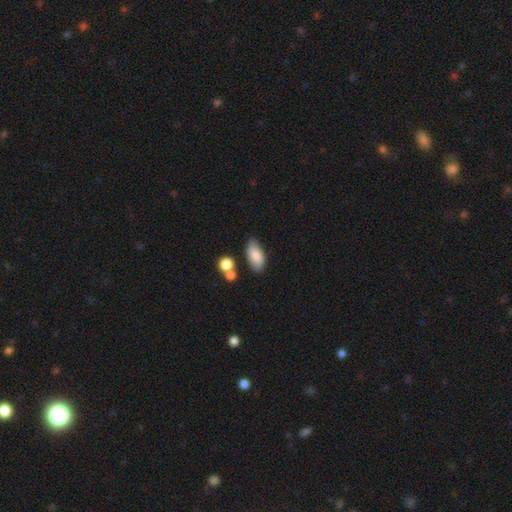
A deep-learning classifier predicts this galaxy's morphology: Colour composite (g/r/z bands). It shows a smooth galaxy with no disk features (81%) that is in between round and cigar-shaped (89%). Merging: none (74%).